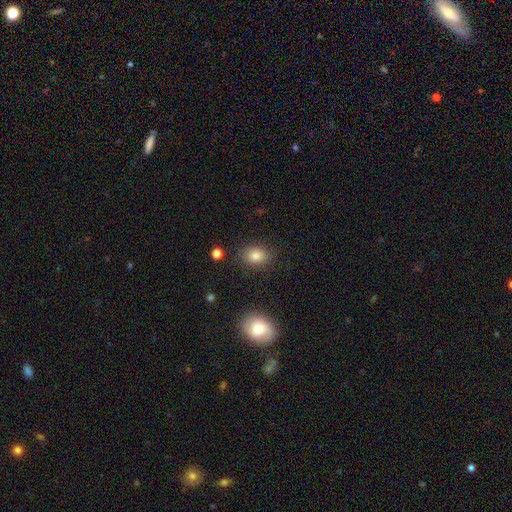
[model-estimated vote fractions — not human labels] smooth 83%, star or artifact 11%, featured or disk 7%. Down the decision tree: how rounded — in between (73%); merging — none (84%).